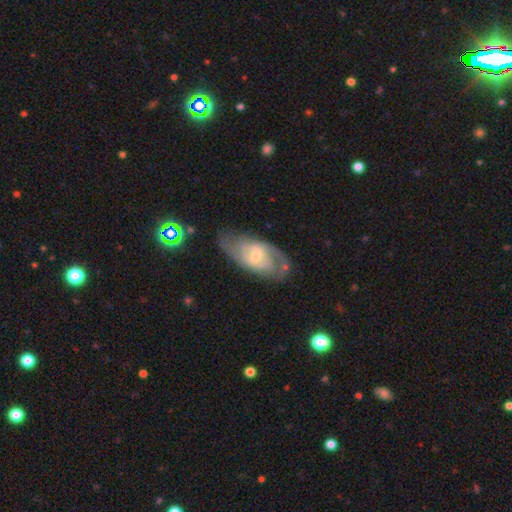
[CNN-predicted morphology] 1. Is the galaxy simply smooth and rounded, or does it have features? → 79% featured or disk, 15% smooth, 6% star or artifact.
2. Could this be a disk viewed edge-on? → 94% no, 6% yes.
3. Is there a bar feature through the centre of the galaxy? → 51% weak, 36% no, 13% strong.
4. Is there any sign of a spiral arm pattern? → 91% yes, 9% no.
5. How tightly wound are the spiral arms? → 45% medium, 40% tight, 15% loose.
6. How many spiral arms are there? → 63% 2, 22% can't tell, 8% 3, 3% 1, 2% 4, 2% more than 4.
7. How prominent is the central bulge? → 51% small, 44% moderate, 3% large, 2% none, 1% dominant.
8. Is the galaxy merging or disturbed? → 68% none, 21% minor disturbance, 9% major disturbance, 3% merger.